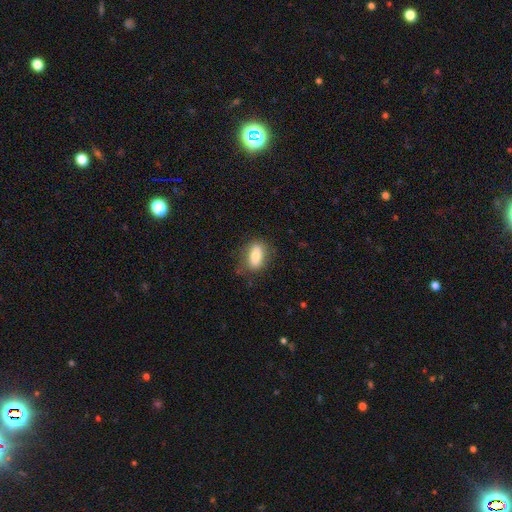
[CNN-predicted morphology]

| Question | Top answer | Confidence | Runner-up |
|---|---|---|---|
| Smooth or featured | smooth | 77% | featured or disk (15%) |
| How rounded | in between | 84% | round (8%) |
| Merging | none | 75% | minor disturbance (18%) |